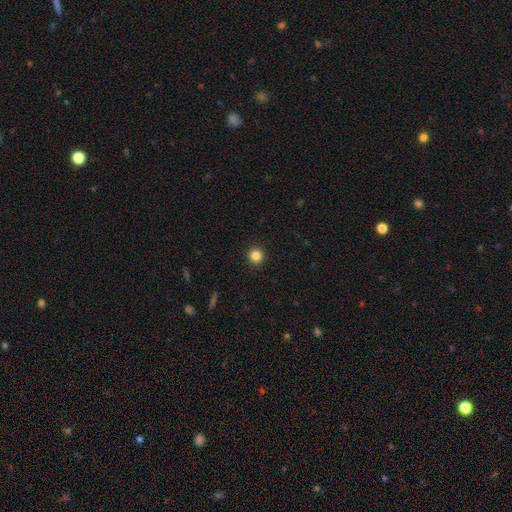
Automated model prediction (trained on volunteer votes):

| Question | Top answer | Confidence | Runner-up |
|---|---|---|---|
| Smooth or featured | smooth | 84% | star or artifact (11%) |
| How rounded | round | 95% | in between (4%) |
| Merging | none | 93% | minor disturbance (4%) |